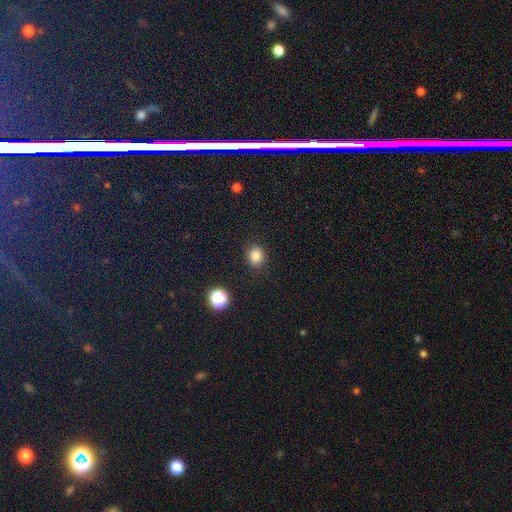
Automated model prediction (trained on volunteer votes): Overall: smooth (83%). How rounded: round (64%; in between 35%). Merging: none (87%).